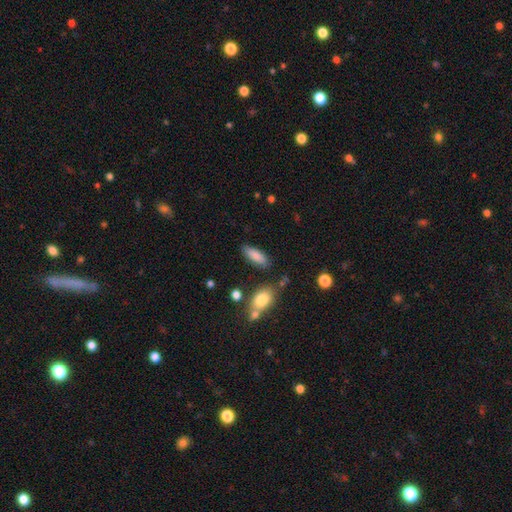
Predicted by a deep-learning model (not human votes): This is clearly a smooth galaxy (84%). How rounded: likely in between (65%). Merging: likely none (78%).